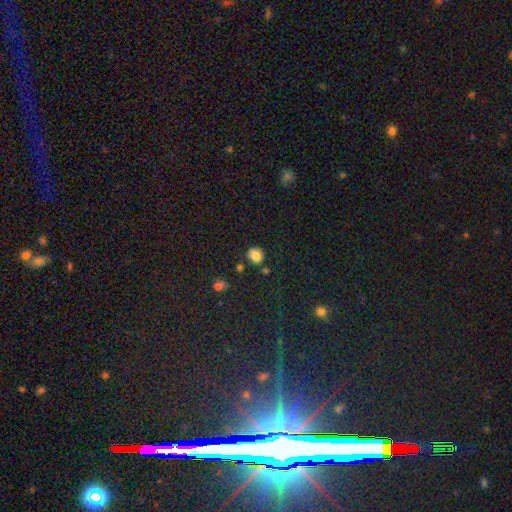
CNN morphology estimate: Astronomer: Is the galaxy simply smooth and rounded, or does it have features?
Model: smooth — 83%.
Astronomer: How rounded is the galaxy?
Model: round — 66%.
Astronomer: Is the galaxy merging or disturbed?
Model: none — 74%.